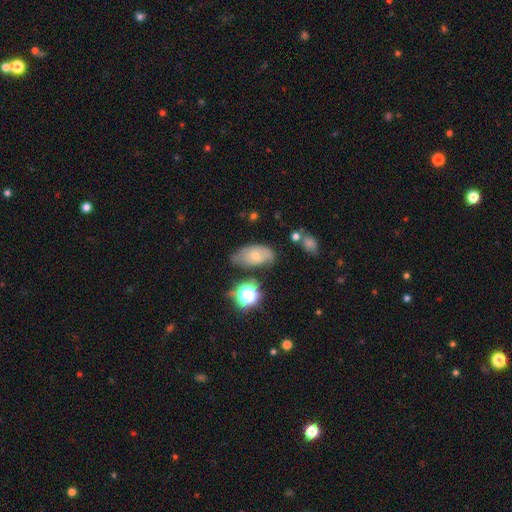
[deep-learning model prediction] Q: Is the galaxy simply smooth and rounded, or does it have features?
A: featured or disk — 45%.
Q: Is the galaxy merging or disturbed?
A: none — 68%.